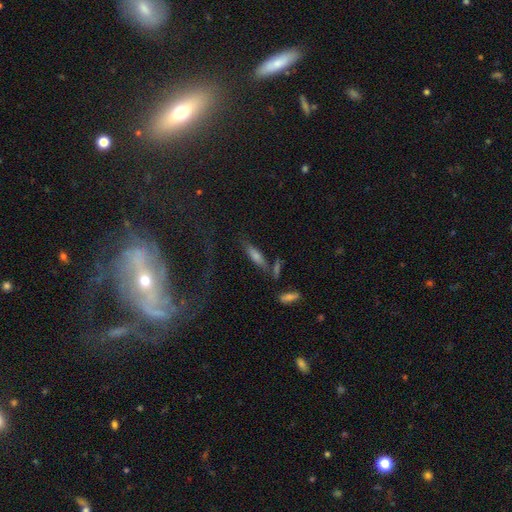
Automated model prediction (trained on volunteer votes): smooth 50%, featured or disk 33%, star or artifact 17%. Down the decision tree: how rounded — cigar-shaped (68%); merging — none (68%).